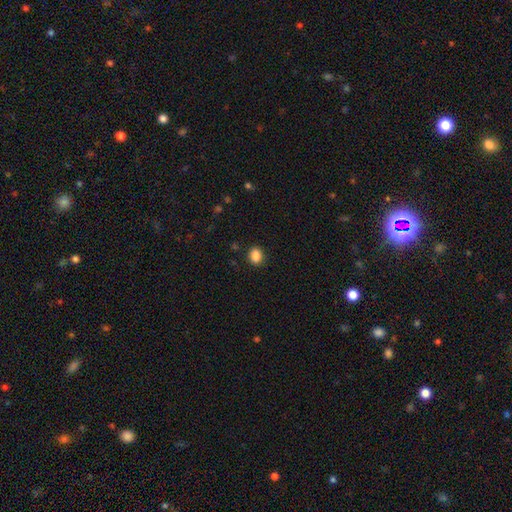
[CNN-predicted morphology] This appears to be a smooth galaxy with no disk features (87%) that is round (54%). Merging: none (90%).